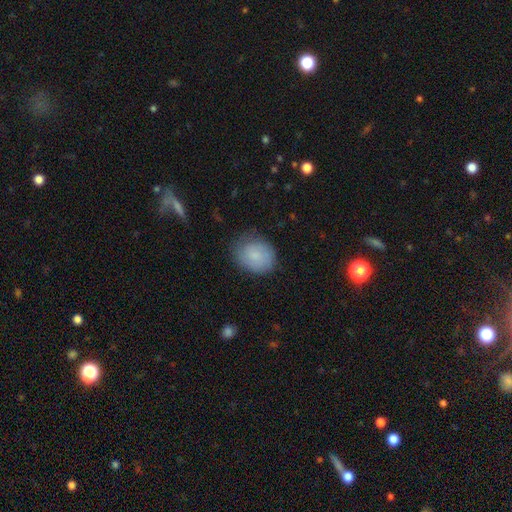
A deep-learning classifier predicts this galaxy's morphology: smooth_or_featured: smooth (p=0.82) [alt: featured or disk p=0.11]
how_rounded: round (p=0.55) [alt: in between p=0.44]
merging: none (p=0.72) [alt: minor disturbance p=0.21]